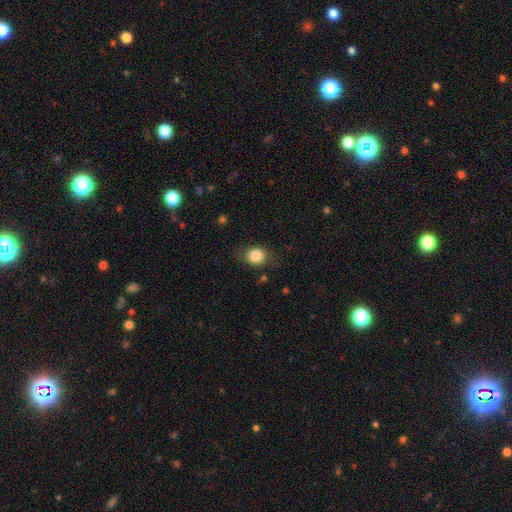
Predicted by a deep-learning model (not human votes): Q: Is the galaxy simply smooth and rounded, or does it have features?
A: smooth — 83%.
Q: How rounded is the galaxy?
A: round — 62%.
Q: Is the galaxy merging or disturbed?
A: none — 75%.